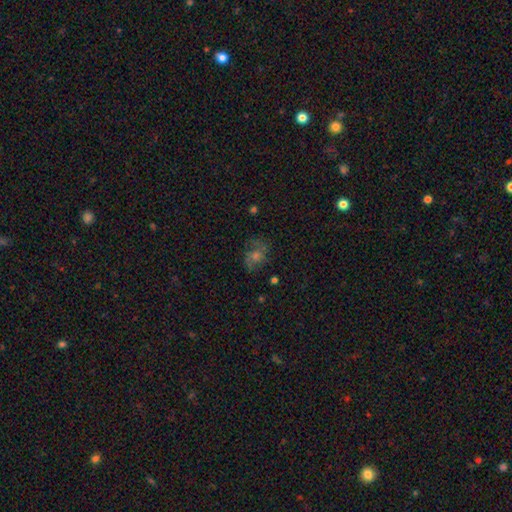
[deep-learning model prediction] smooth-or-featured: featured or disk: 50% | smooth: 27% | star or artifact: 23%
  disk-edge-on: no: 96% | yes: 4%
  merging: none: 73% | minor disturbance: 17% | major disturbance: 9% | merger: 2%